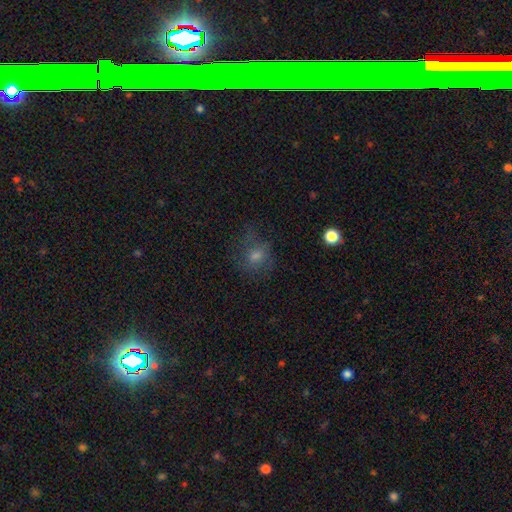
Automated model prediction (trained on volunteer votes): smooth-or-featured: smooth: 54% | featured or disk: 26% | star or artifact: 20%
  how-rounded: round: 66% | in between: 32% | cigar-shaped: 1%
  merging: none: 60% | minor disturbance: 21% | major disturbance: 18% | merger: 2%